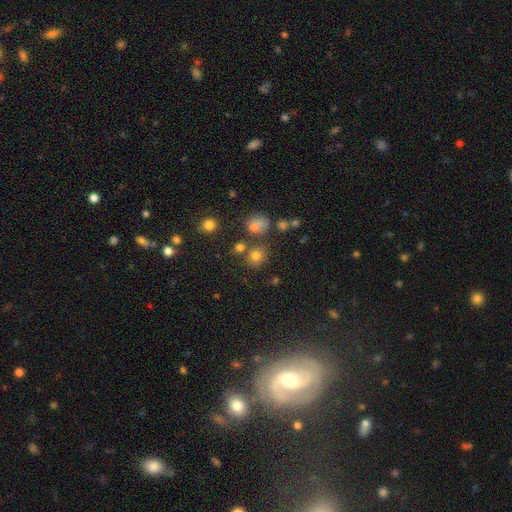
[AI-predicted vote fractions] This appears to be a smooth galaxy with no disk features (75%) that is round (81%). Merging: none (72%).